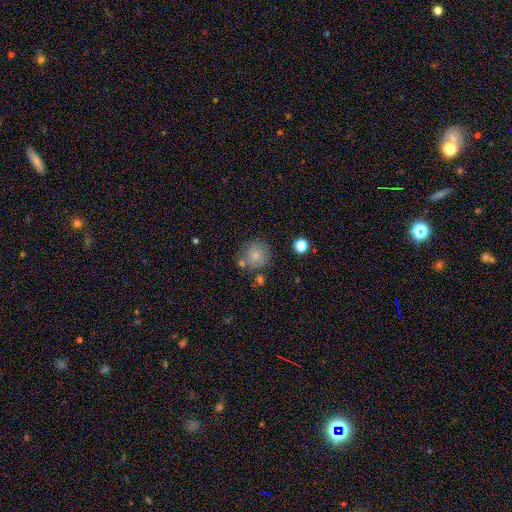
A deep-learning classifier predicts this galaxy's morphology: Smooth or featured?
  - smooth: 79% *
  - featured or disk: 11%
  - star or artifact: 10%
How rounded?
  - round: 89% *
  - in between: 10%
  - cigar-shaped: 1%
Merging?
  - none: 68% *
  - minor disturbance: 15%
  - merger: 11%
  - major disturbance: 6%